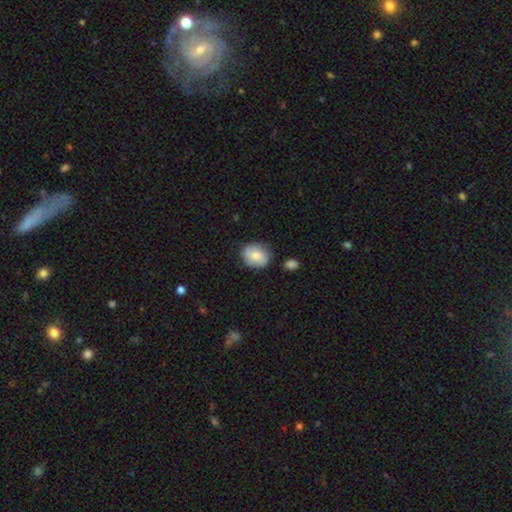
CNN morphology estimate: The model was most divided on "how rounded": round: 60%, in between: 39%, cigar-shaped: 1%. More confident: merging — none (74%); smooth or featured — smooth (70%).